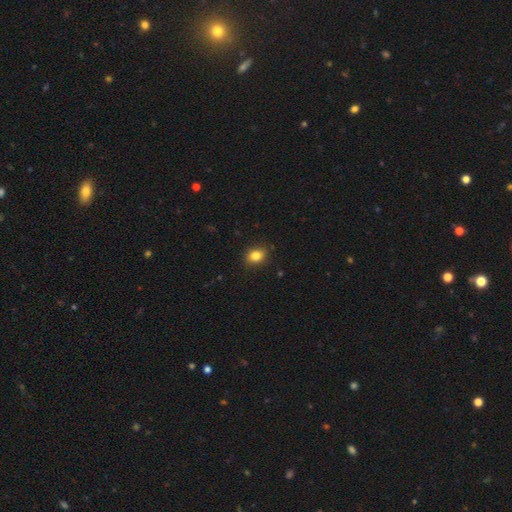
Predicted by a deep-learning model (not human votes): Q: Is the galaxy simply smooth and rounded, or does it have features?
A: smooth — 84%.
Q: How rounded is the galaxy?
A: in between — 58%.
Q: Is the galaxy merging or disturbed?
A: none — 87%.